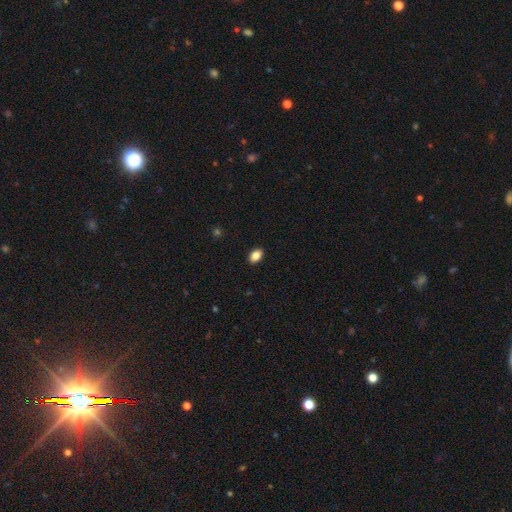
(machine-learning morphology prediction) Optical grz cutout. It shows a smooth galaxy with no disk features (86%) that is in between round and cigar-shaped (87%). Merging: none (90%).